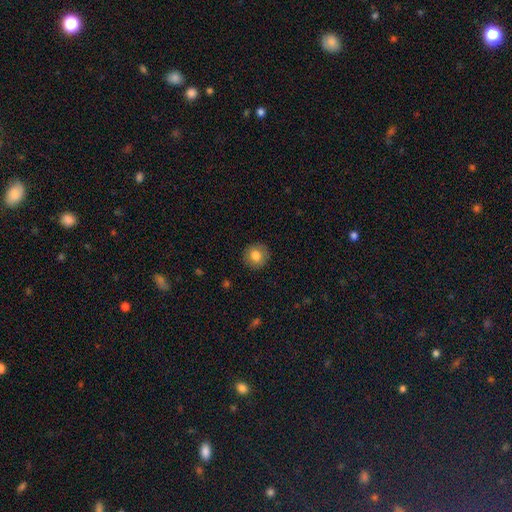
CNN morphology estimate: A smooth galaxy with no disk features (81%) that is round (91%). Merging: none (90%).